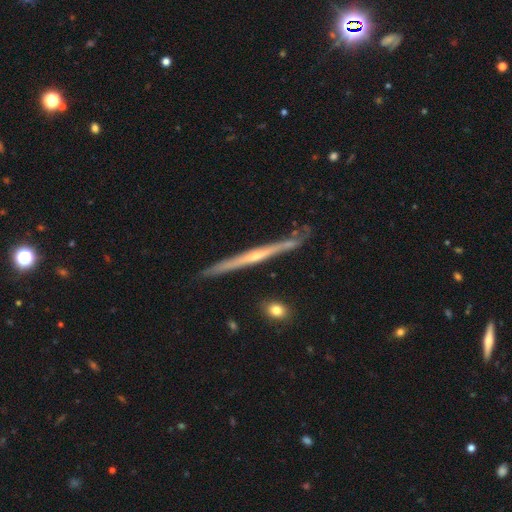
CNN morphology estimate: This is likely a featured or disk galaxy (75%). It is clearly viewed edge-on (97%). Edge-on bulge: possibly none (48%). Merging: clearly none (82%).